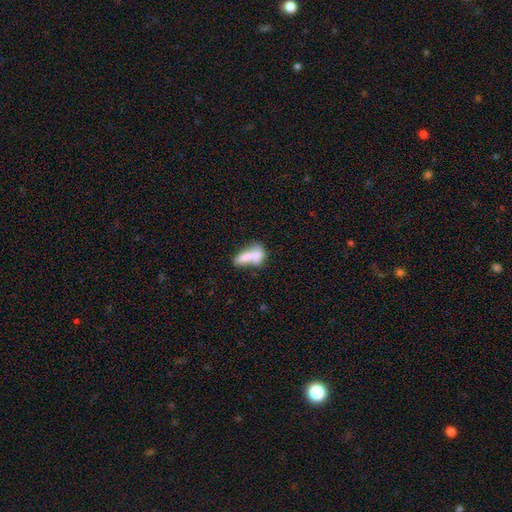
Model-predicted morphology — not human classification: A smooth galaxy with no disk features (65%) that is in between round and cigar-shaped (58%). Merging: merger (52%).